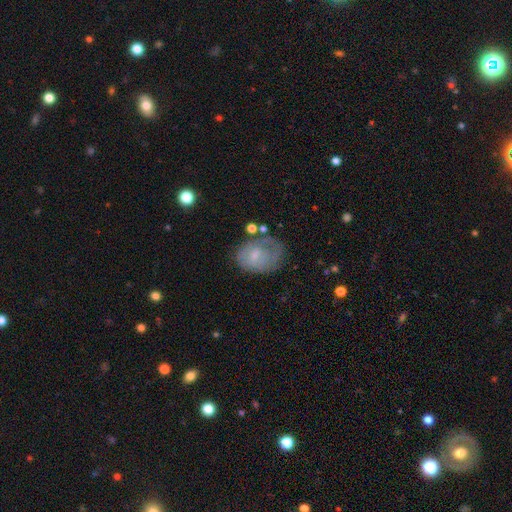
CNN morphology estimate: Smooth or featured? Predicted: smooth (p=0.53). How rounded? Predicted: in between (p=0.68). Merging? Predicted: none (p=0.42).